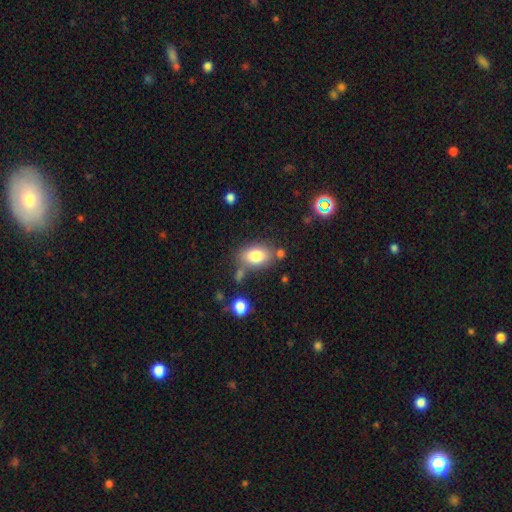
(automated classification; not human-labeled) This appears to be a smooth galaxy with no disk features (80%) that is in between round and cigar-shaped (85%). Merging: none (68%).